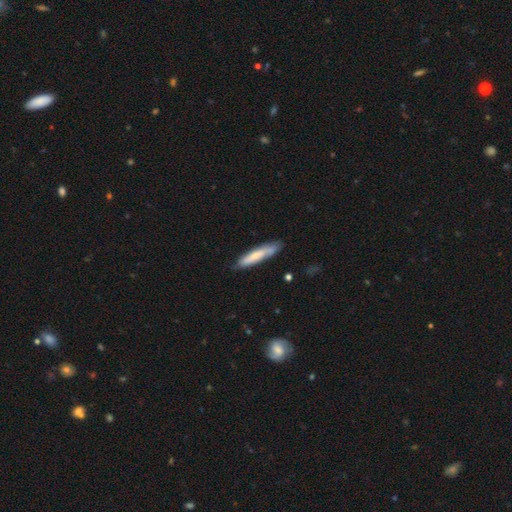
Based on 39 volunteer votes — smooth_or_featured: smooth (p=0.56) [alt: featured or disk p=0.41]
how_rounded: cigar-shaped (p=0.82) [alt: in between p=0.18]
merging: none (p=0.87) [alt: minor disturbance p=0.08]